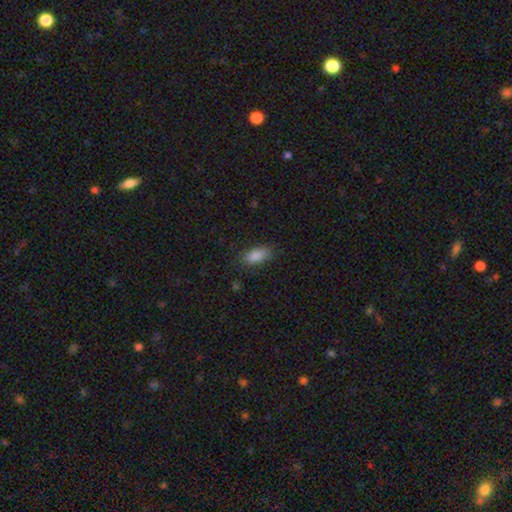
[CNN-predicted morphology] A smooth galaxy with no disk features (87%) that is in between round and cigar-shaped (86%).

Vote fractions:
- Smooth or featured? smooth: 87% / star or artifact: 8% / featured or disk: 5%
- How rounded? in between: 86% / cigar-shaped: 11% / round: 3%
- Merging? none: 83% / minor disturbance: 13% / major disturbance: 3% / merger: 1%